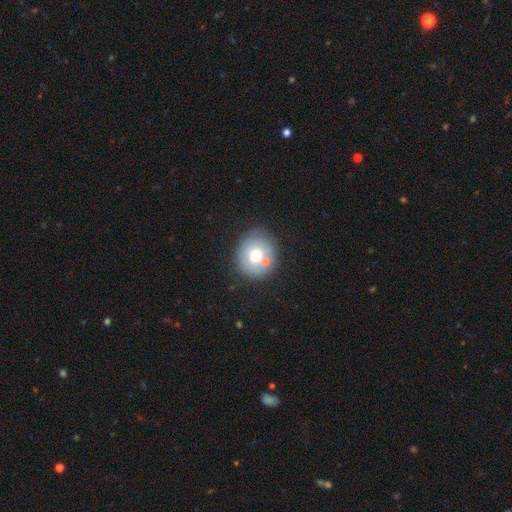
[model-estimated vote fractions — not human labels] Smooth or featured? Predicted: smooth (p=0.63). How rounded? Predicted: round (p=0.83). Merging? Predicted: none (p=0.66).